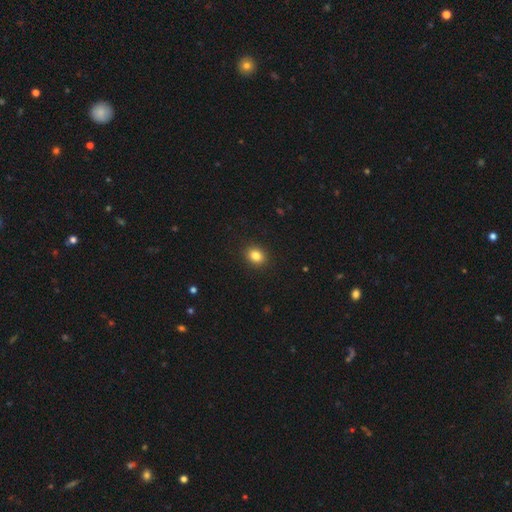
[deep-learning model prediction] The model was most divided on "how rounded": round: 59%, in between: 40%, cigar-shaped: 1%. More confident: merging — none (91%); smooth or featured — smooth (84%).